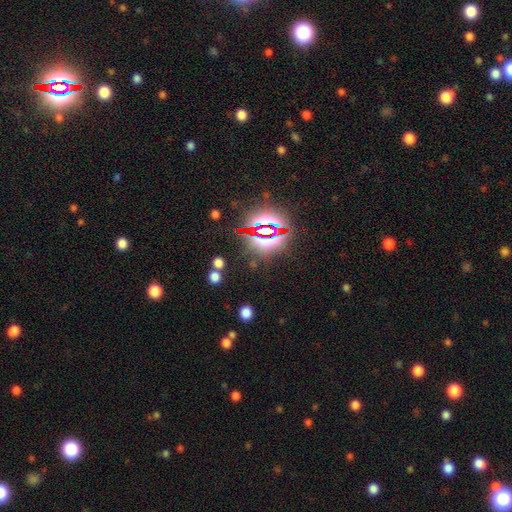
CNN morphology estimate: Smooth or featured?
  - star or artifact: 83% *
  - smooth: 10%
  - featured or disk: 7%